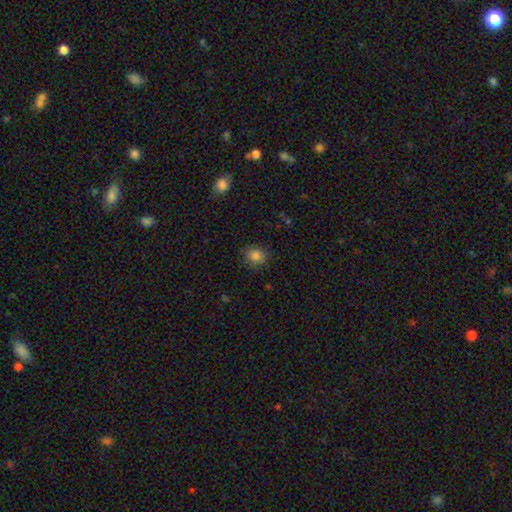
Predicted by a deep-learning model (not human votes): A smooth galaxy with no disk features (84%) that is round (73%).

Vote fractions:
- Smooth or featured? smooth: 84% / star or artifact: 11% / featured or disk: 5%
- How rounded? round: 73% / in between: 26% / cigar-shaped: 1%
- Merging? none: 82% / minor disturbance: 13% / major disturbance: 3% / merger: 1%